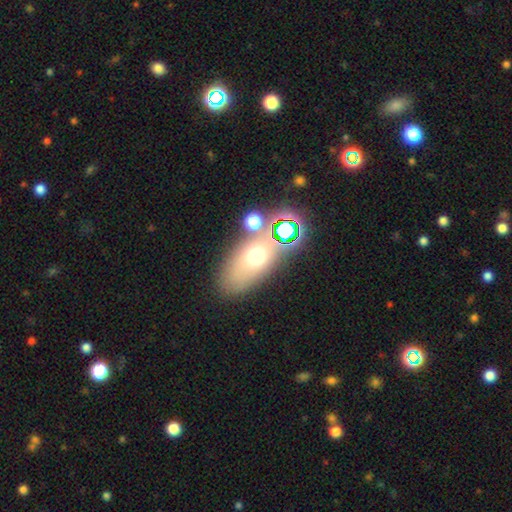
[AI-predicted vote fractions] A smooth galaxy with no disk features (57%) that is in between round and cigar-shaped (76%).

Vote fractions:
- Smooth or featured? smooth: 57% / featured or disk: 23% / star or artifact: 20%
- How rounded? in between: 76% / round: 18% / cigar-shaped: 6%
- Merging? none: 67% / merger: 15% / minor disturbance: 12% / major disturbance: 6%